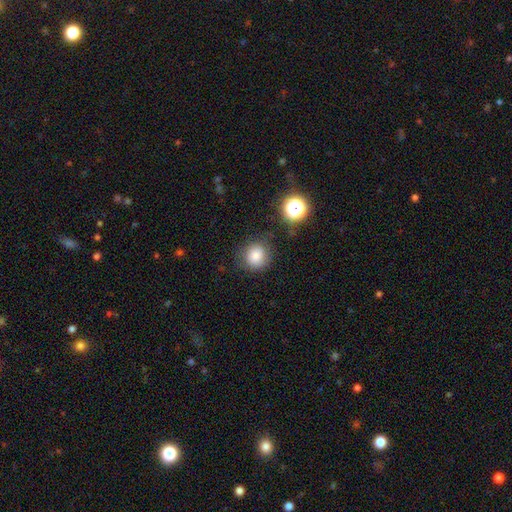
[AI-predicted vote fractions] Smooth or featured: smooth — 82% (star or artifact — 12%)
How rounded: round — 87% (in between — 12%)
Merging: none — 79% (minor disturbance — 13%)